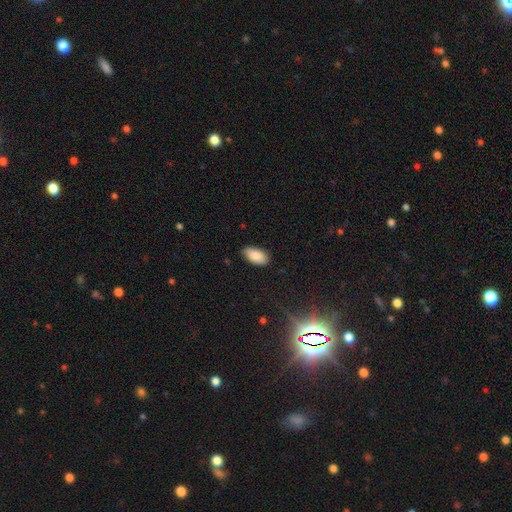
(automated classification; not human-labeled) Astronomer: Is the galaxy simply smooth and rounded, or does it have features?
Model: smooth — 85%.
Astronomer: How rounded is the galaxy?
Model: in between — 94%.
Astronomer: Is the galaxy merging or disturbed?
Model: none — 84%.